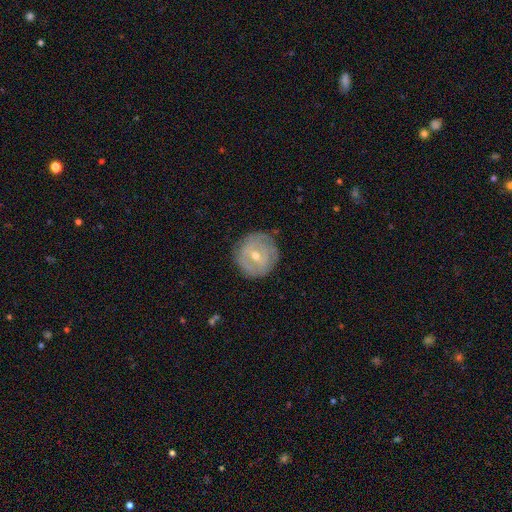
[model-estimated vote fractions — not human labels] This is likely a featured or disk galaxy (62%). It is clearly not viewed edge-on (96%). Bar: possibly weak (47%). Spiral arm pattern: likely yes (64%). Central bulge: possibly moderate (55%). Merging: likely none (80%).